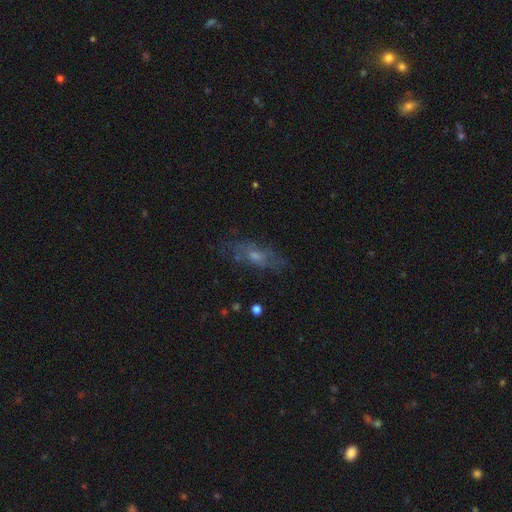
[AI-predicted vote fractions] Smooth or featured? featured or disk (47%)
Merging? none (66%)